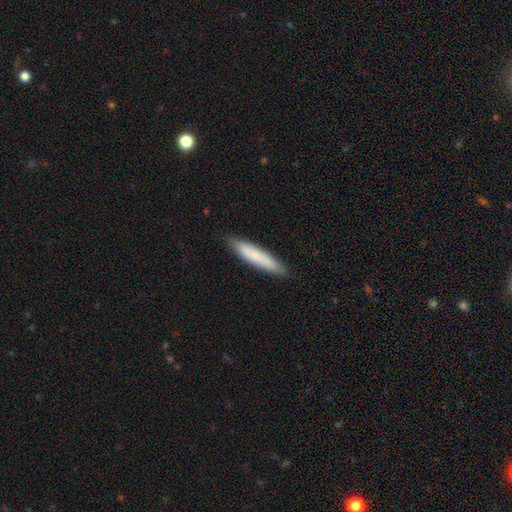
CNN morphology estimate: smooth-or-featured: smooth: 76% | featured or disk: 19% | star or artifact: 6%
  how-rounded: cigar-shaped: 88% | in between: 10% | round: 1%
  merging: none: 88% | minor disturbance: 10% | major disturbance: 2% | merger: 1%